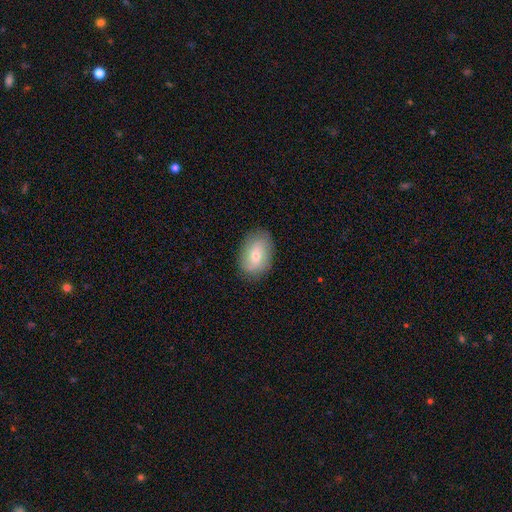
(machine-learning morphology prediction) Q: Smooth or featured?
A: smooth (60%); runner-up: featured or disk (33%)
Q: How rounded?
A: in between (87%); runner-up: round (11%)
Q: Merging?
A: none (84%); runner-up: minor disturbance (12%)